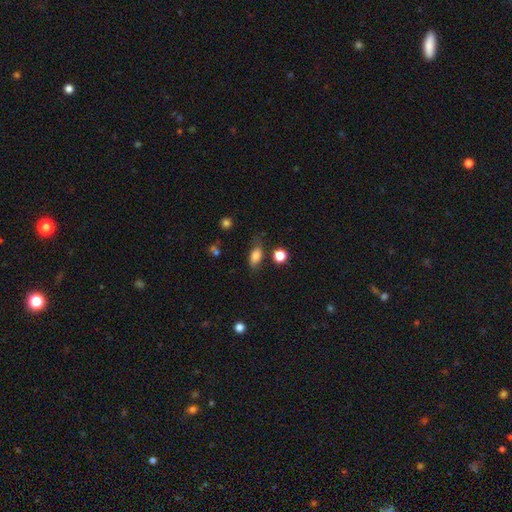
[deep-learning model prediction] Morphology: type=smooth (79%); roundness=in between (82%); merging=none (68%).